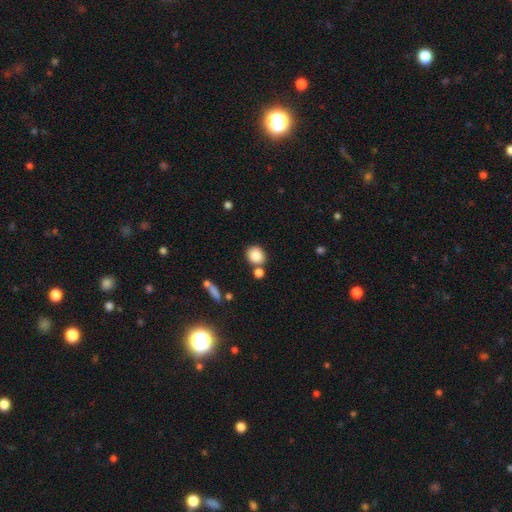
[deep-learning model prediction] Smooth or featured: smooth — 85% (star or artifact — 9%)
How rounded: round — 73% (in between — 26%)
Merging: none — 69% (merger — 17%)